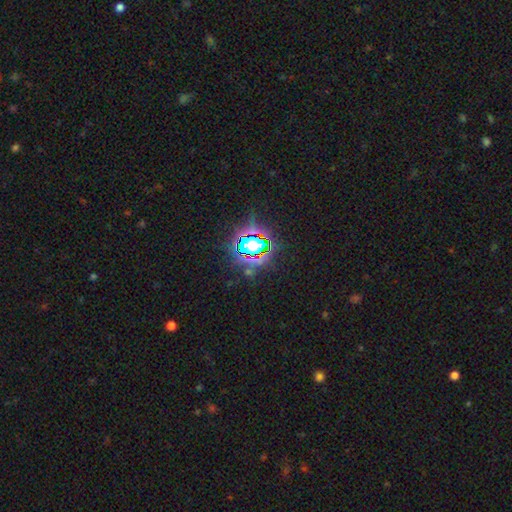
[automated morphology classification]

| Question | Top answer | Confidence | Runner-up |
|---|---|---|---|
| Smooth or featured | star or artifact | 80% | smooth (12%) |